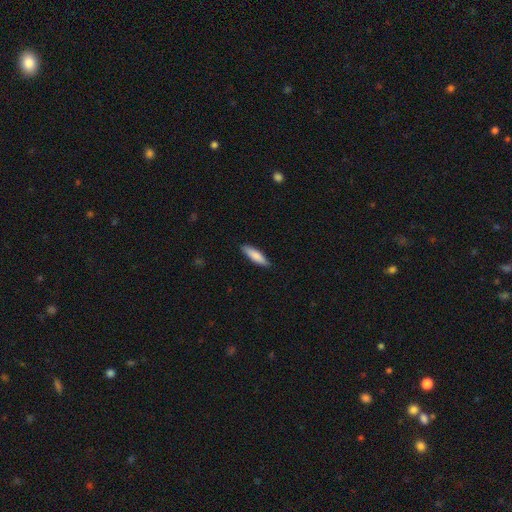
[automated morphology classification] A smooth galaxy with no disk features (84%) that is cigar-shaped (65%). Merging: none (88%).